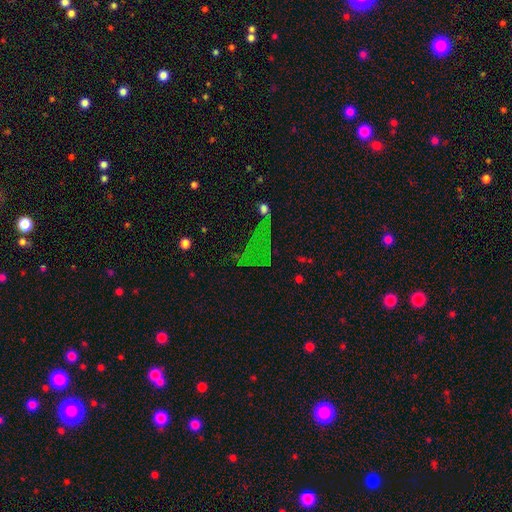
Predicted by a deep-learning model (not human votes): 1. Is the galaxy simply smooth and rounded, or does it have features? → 51% star or artifact, 27% smooth, 22% featured or disk.